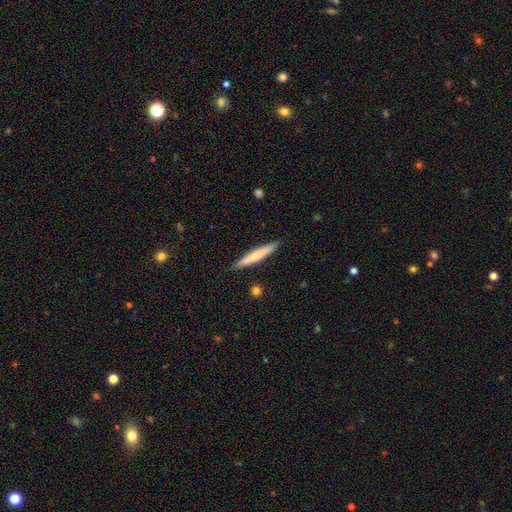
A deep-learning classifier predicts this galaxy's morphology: The model was most divided on "smooth or featured": smooth: 66%, featured or disk: 29%, star or artifact: 5%. More confident: how rounded — cigar-shaped (95%); merging — none (90%).